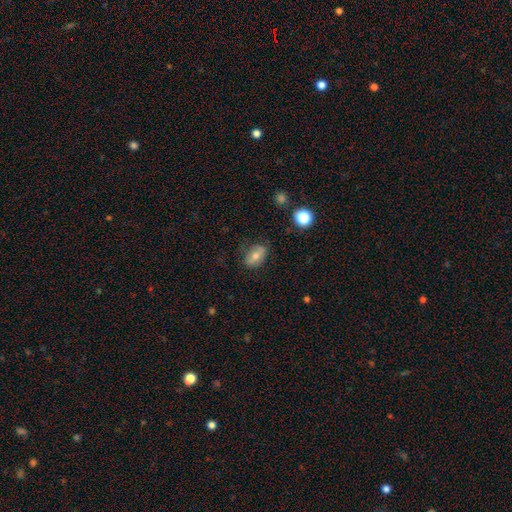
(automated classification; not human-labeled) A smooth galaxy with no disk features (66%) that is in between round and cigar-shaped (83%).

Vote fractions:
- Smooth or featured? smooth: 66% / featured or disk: 24% / star or artifact: 10%
- How rounded? in between: 83% / round: 13% / cigar-shaped: 3%
- Merging? none: 77% / minor disturbance: 17% / major disturbance: 5% / merger: 2%